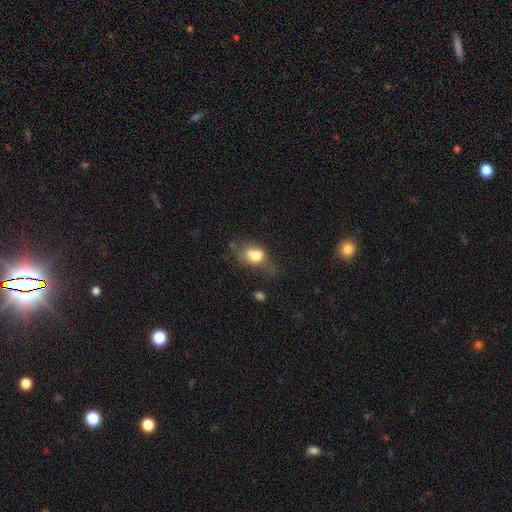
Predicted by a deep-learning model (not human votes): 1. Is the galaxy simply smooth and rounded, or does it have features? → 72% smooth, 18% featured or disk, 10% star or artifact.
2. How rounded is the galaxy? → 66% in between, 32% round, 2% cigar-shaped.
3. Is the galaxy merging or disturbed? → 29% minor disturbance, 28% none, 26% major disturbance, 17% merger.